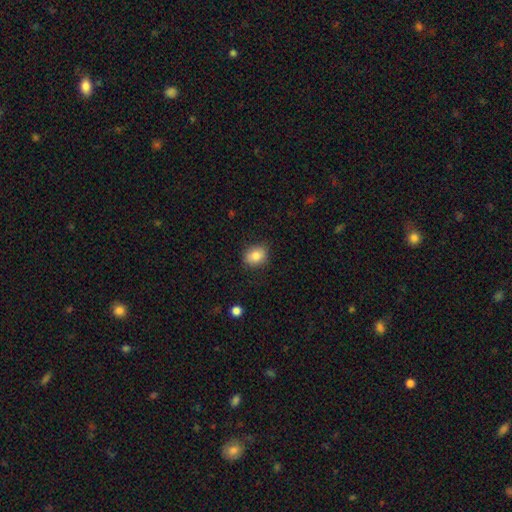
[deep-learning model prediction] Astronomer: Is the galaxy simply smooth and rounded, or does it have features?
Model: smooth — 83%.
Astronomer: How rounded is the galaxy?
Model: in between — 53% (runner-up: round, 46%).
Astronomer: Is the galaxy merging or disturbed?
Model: none — 84%.